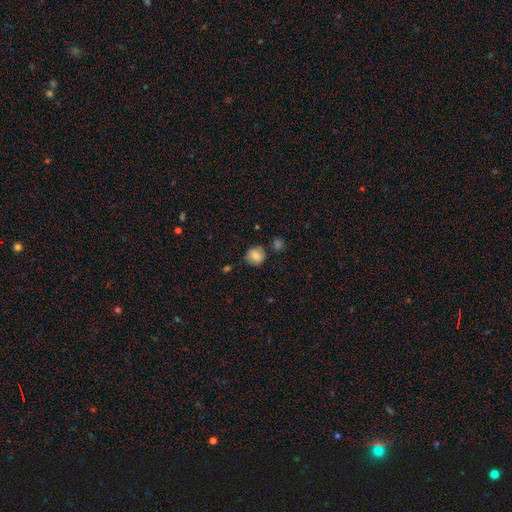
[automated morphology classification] smooth-or-featured: smooth: 78% | featured or disk: 13% | star or artifact: 10%
  how-rounded: round: 84% | in between: 15% | cigar-shaped: 1%
  merging: none: 76% | minor disturbance: 16% | merger: 5% | major disturbance: 4%